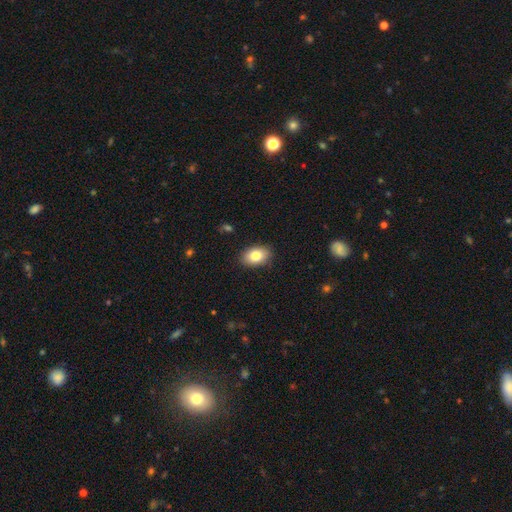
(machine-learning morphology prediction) smooth_or_featured: smooth (p=0.81) [alt: featured or disk p=0.11]
how_rounded: in between (p=0.85) [alt: round p=0.14]
merging: none (p=0.87) [alt: minor disturbance p=0.10]